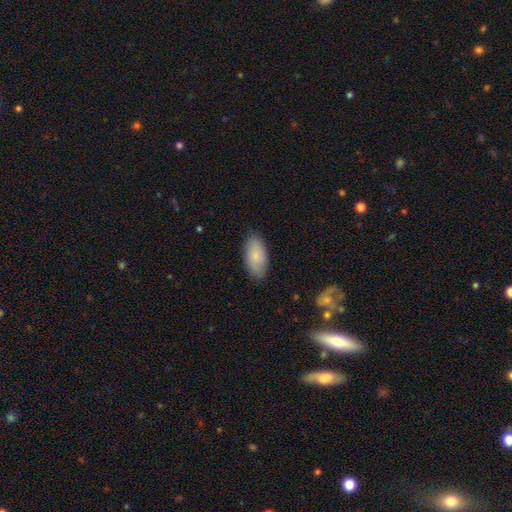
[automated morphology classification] This appears to be a smooth galaxy with no disk features (80%) that is in between round and cigar-shaped (93%). Merging: none (84%).